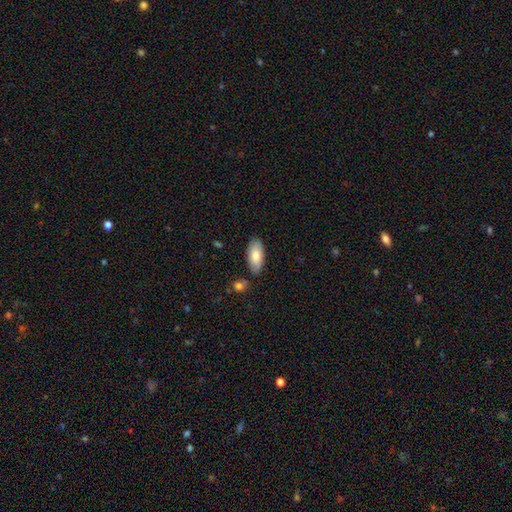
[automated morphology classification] This is likely a smooth galaxy (79%). How rounded: clearly in between (91%). Merging: clearly none (81%).